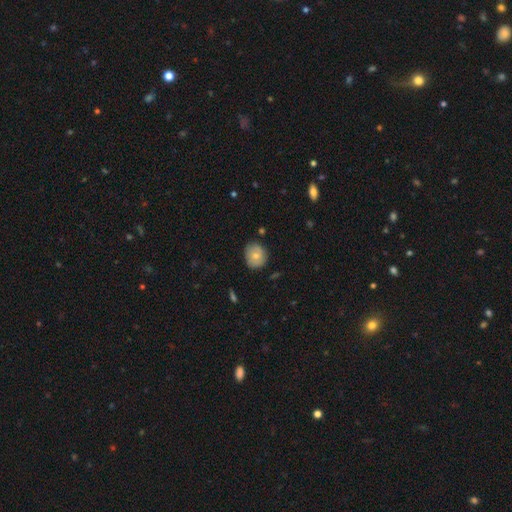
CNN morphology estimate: smooth_or_featured: smooth (p=0.67) [alt: featured or disk p=0.25]
how_rounded: round (p=0.73) [alt: in between p=0.26]
merging: none (p=0.78) [alt: minor disturbance p=0.17]